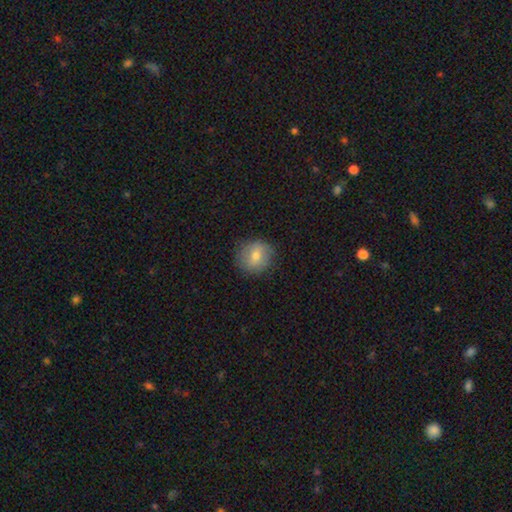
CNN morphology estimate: Smooth or featured? Predicted: smooth (p=0.70). How rounded? Predicted: round (p=0.84). Merging? Predicted: none (p=0.84).